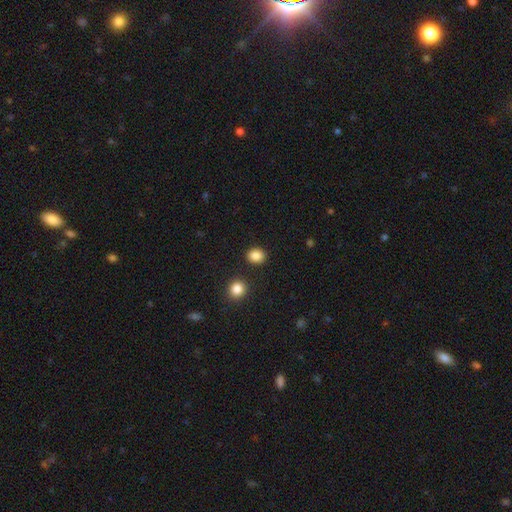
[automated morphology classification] type=smooth (87%); roundness=round (67%); merging=none (88%).